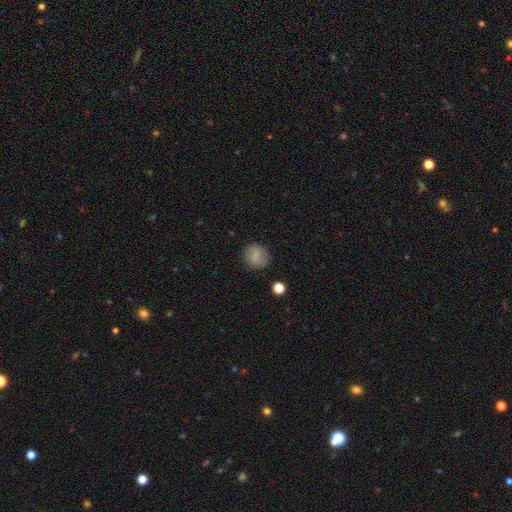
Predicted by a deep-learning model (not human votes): Smooth or featured? Predicted: smooth (p=0.81). How rounded? Predicted: round (p=0.85). Merging? Predicted: none (p=0.85).